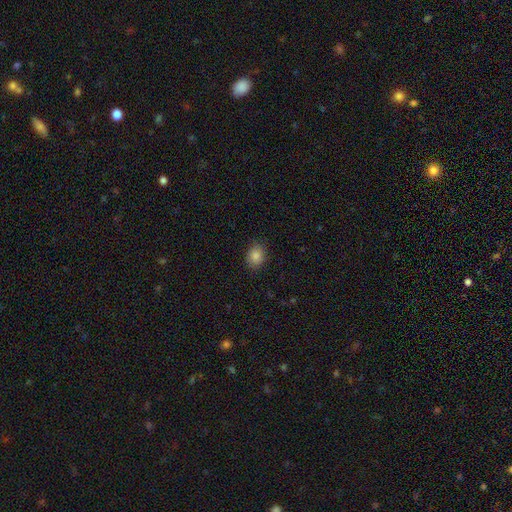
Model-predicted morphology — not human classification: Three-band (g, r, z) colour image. It shows a smooth galaxy with no disk features (85%) that is in between round and cigar-shaped (56%). Merging: none (84%).